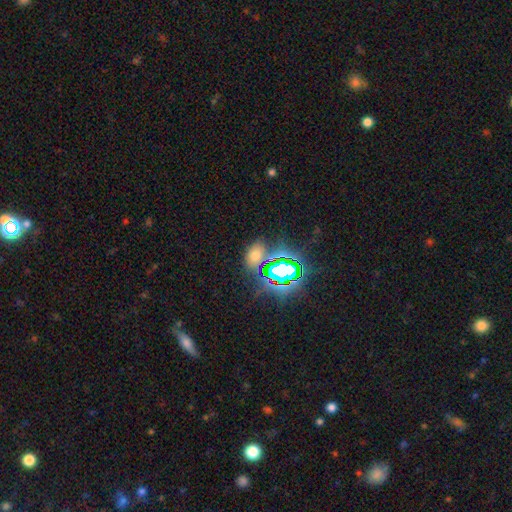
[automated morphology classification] smooth-or-featured: smooth: 46% | star or artifact: 44% | featured or disk: 9%
  merging: none: 71% | minor disturbance: 14% | merger: 8% | major disturbance: 6%